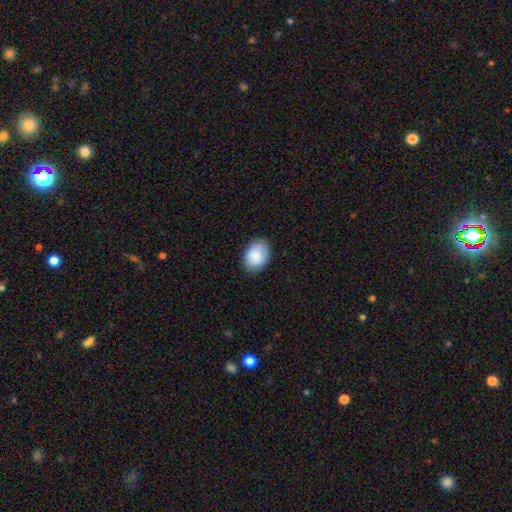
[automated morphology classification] A smooth galaxy with no disk features (85%) that is in between round and cigar-shaped (77%).

Vote fractions:
- Smooth or featured? smooth: 85% / featured or disk: 8% / star or artifact: 7%
- How rounded? in between: 77% / round: 22% / cigar-shaped: 1%
- Merging? none: 81% / minor disturbance: 15% / major disturbance: 3% / merger: 1%